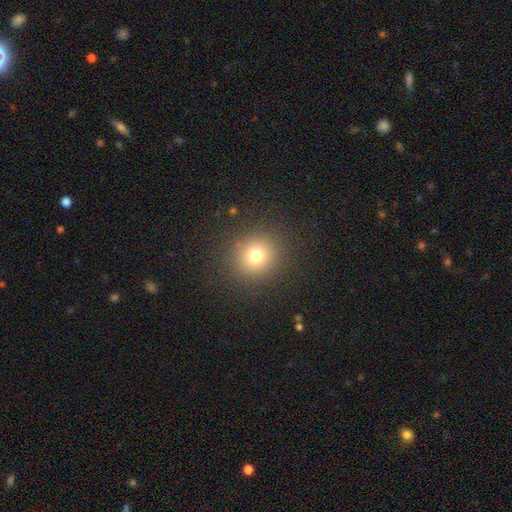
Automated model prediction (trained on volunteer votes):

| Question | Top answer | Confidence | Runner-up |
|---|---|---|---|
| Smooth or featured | smooth | 75% | star or artifact (16%) |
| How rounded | round | 90% | in between (10%) |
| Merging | none | 89% | minor disturbance (7%) |